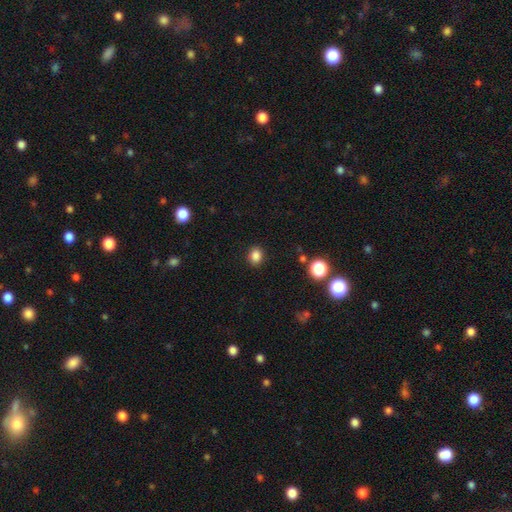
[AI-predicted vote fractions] smooth 85%, star or artifact 12%, featured or disk 4%. Down the decision tree: how rounded — round (59%); merging — none (90%).